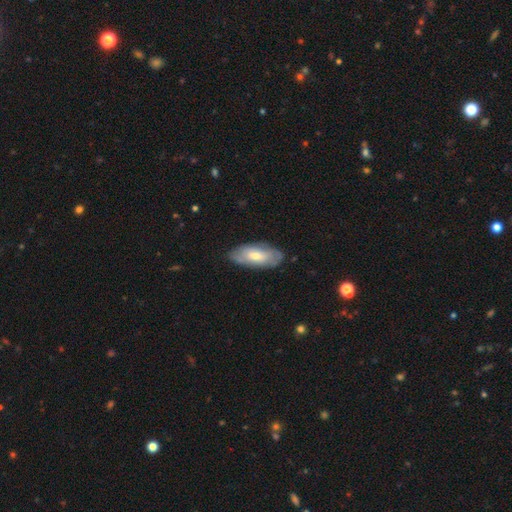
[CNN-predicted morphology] The model was most divided on "smooth or featured": smooth: 59%, featured or disk: 35%, star or artifact: 6%. More confident: how rounded — in between (86%); merging — none (79%).